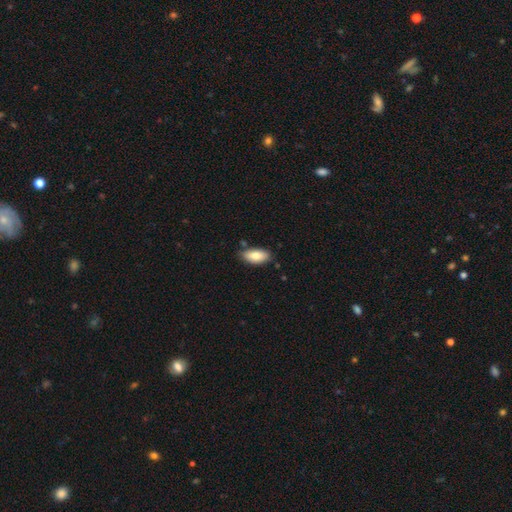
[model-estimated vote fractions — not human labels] Smooth or featured: smooth — 81% (featured or disk — 13%)
How rounded: in between — 89% (cigar-shaped — 8%)
Merging: none — 80% (minor disturbance — 14%)